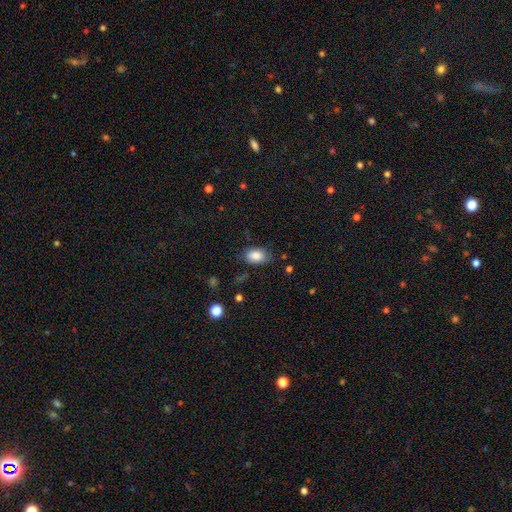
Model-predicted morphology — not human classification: Overall: smooth (86%). How rounded: in between (87%). Merging: none (76%).